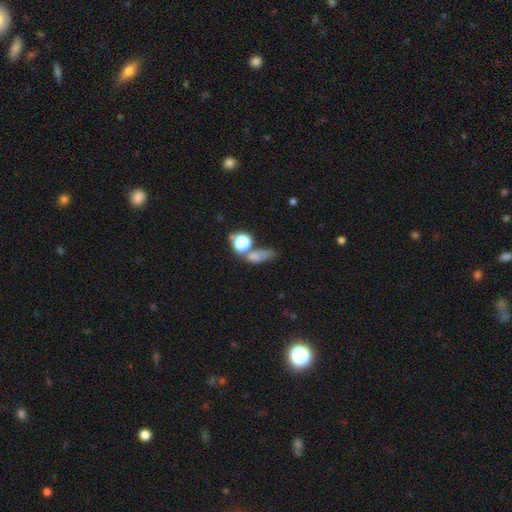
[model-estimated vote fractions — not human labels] A smooth galaxy with no disk features (62%) that is in between round and cigar-shaped (45%).

Vote fractions:
- Smooth or featured? smooth: 62% / star or artifact: 25% / featured or disk: 13%
- How rounded? in between: 45% / round: 40% / cigar-shaped: 15%
- Merging? none: 41% / merger: 27% / minor disturbance: 16% / major disturbance: 16%